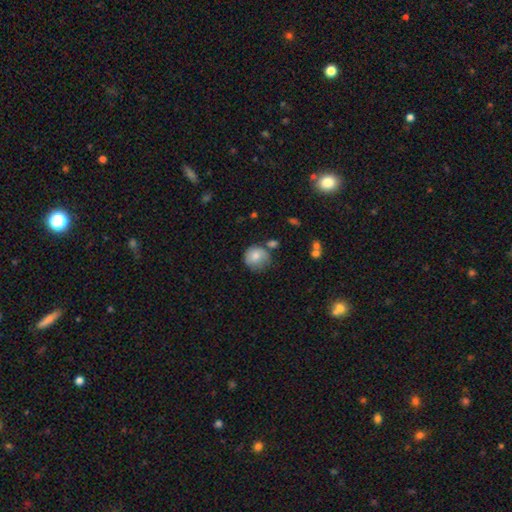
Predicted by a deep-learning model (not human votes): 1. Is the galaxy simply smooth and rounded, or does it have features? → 78% smooth, 14% featured or disk, 8% star or artifact.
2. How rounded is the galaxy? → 87% round, 12% in between, 1% cigar-shaped.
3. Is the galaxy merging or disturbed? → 56% none, 28% minor disturbance, 8% major disturbance, 8% merger.